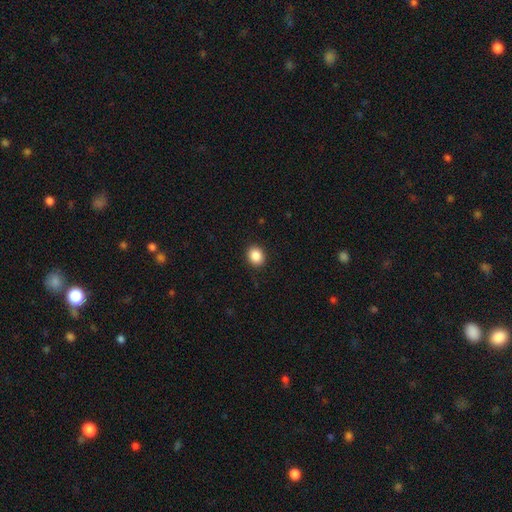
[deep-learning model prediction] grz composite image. It shows a smooth galaxy with no disk features (87%) that is round (65%). Merging: none (91%).